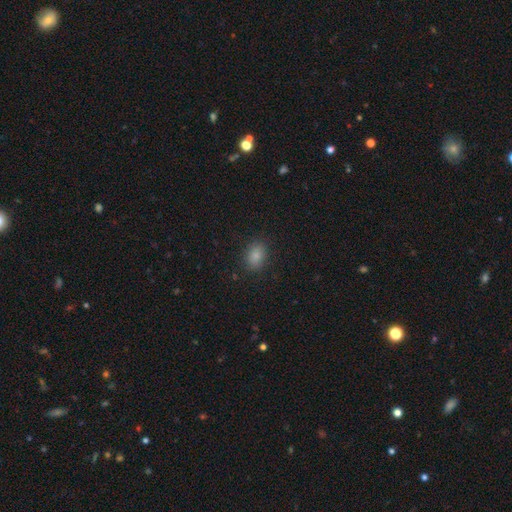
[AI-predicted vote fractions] smooth 84%, star or artifact 11%, featured or disk 5%. Down the decision tree: how rounded — in between (71%); merging — none (85%).